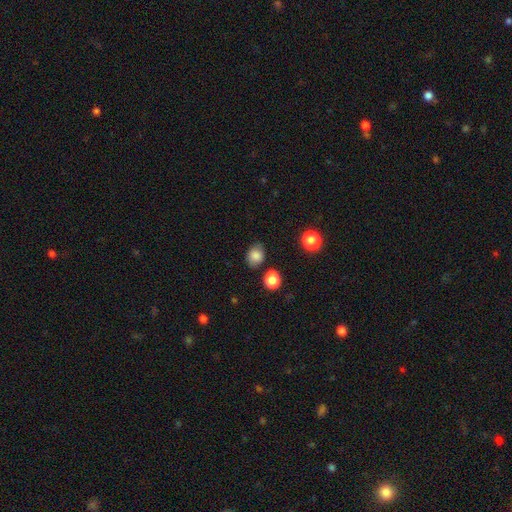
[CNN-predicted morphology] A smooth galaxy with no disk features (81%) that is in between round and cigar-shaped (58%). Merging: none (74%).